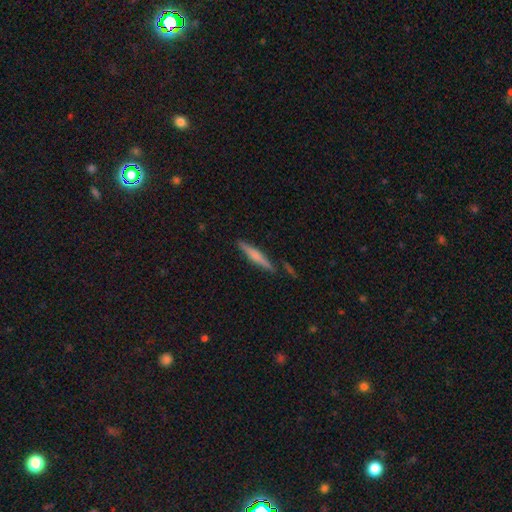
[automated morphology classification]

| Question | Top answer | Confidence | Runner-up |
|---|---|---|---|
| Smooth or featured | smooth | 52% | featured or disk (42%) |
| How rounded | cigar-shaped | 92% | in between (6%) |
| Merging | none | 83% | minor disturbance (11%) |